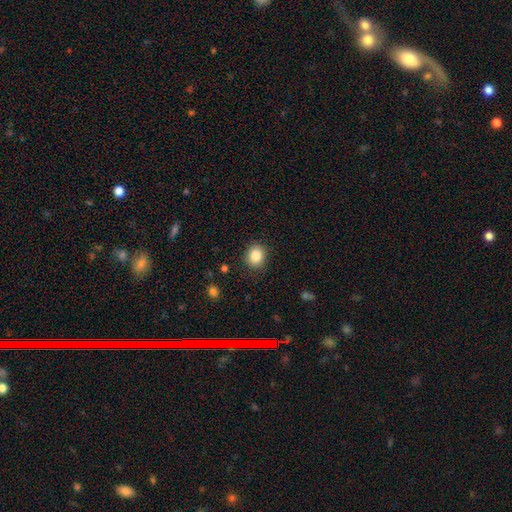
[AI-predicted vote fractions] smooth 84%, star or artifact 10%, featured or disk 6%. Down the decision tree: how rounded — round (72%); merging — none (88%).